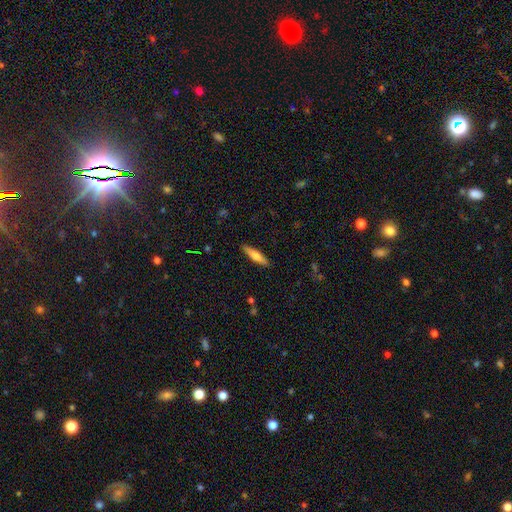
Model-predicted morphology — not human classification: A smooth galaxy with no disk features (63%) that is cigar-shaped (79%).

Vote fractions:
- Smooth or featured? smooth: 63% / featured or disk: 31% / star or artifact: 6%
- How rounded? cigar-shaped: 79% / in between: 20% / round: 2%
- Merging? none: 89% / minor disturbance: 8% / major disturbance: 2% / merger: 1%